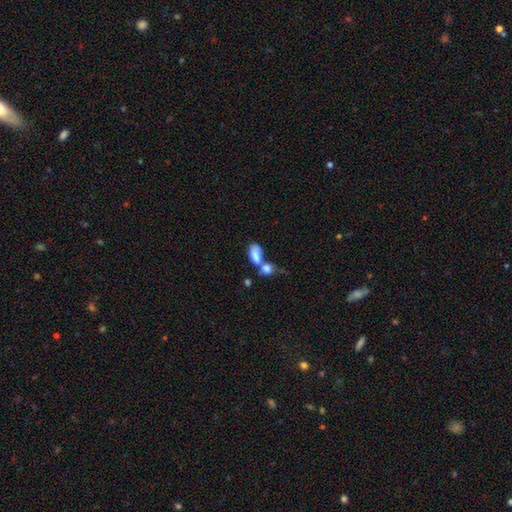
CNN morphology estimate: A smooth galaxy with no disk features (78%) that is in between round and cigar-shaped (87%).

Vote fractions:
- Smooth or featured? smooth: 78% / featured or disk: 14% / star or artifact: 8%
- How rounded? in between: 87% / round: 8% / cigar-shaped: 5%
- Merging? merger: 64% / none: 19% / minor disturbance: 9% / major disturbance: 9%